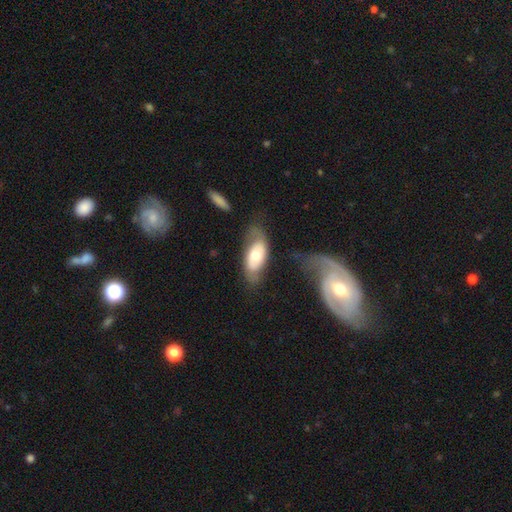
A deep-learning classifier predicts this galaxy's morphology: A smooth galaxy with no disk features (48%). Merging: none (55%).